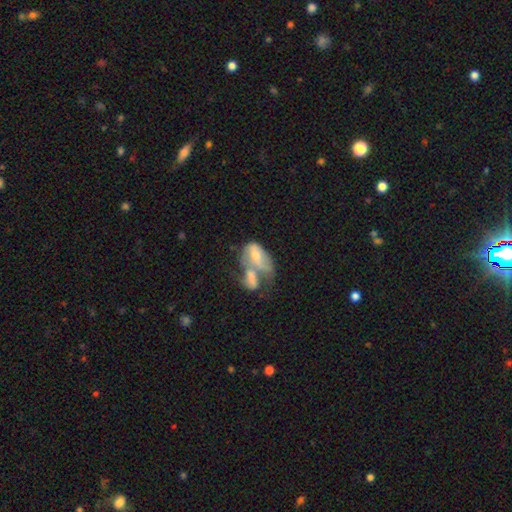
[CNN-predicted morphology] Smooth or featured?
  - smooth: 48% *
  - featured or disk: 45%
  - star or artifact: 8%
Merging?
  - merger: 66% *
  - major disturbance: 14%
  - none: 11%
  - minor disturbance: 9%